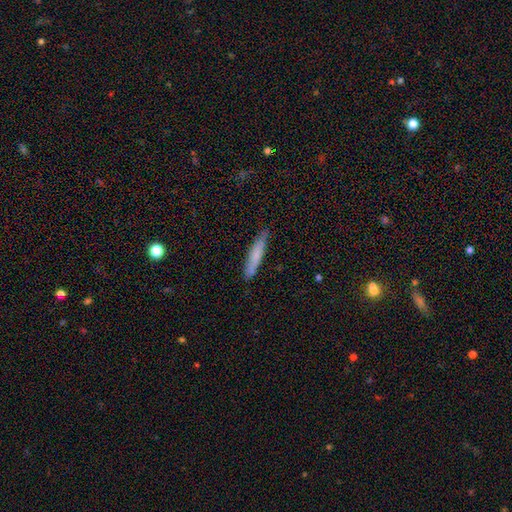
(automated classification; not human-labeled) Morphology: type=smooth (72%); roundness=cigar-shaped (91%); merging=none (83%).